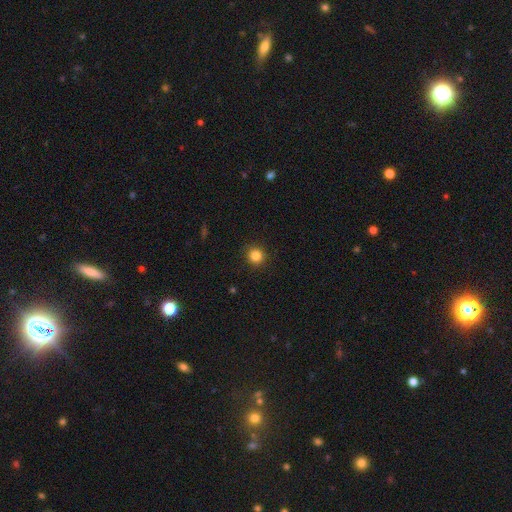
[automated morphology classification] smooth_or_featured: smooth (p=0.84) [alt: star or artifact p=0.12]
how_rounded: round (p=0.92) [alt: in between p=0.07]
merging: none (p=0.90) [alt: minor disturbance p=0.07]